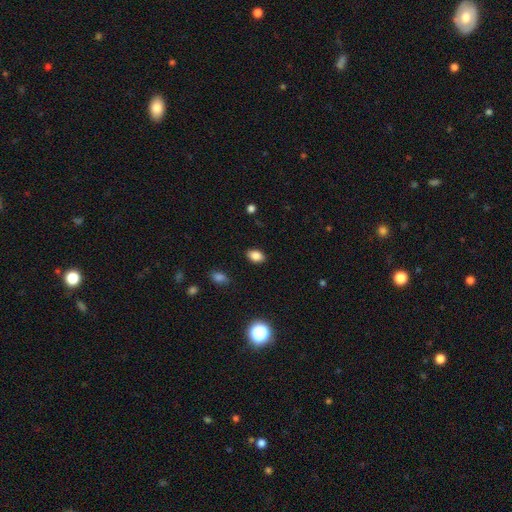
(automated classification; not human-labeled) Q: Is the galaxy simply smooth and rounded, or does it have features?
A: smooth — 84%.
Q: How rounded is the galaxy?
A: in between — 86%.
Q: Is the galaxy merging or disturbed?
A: none — 88%.